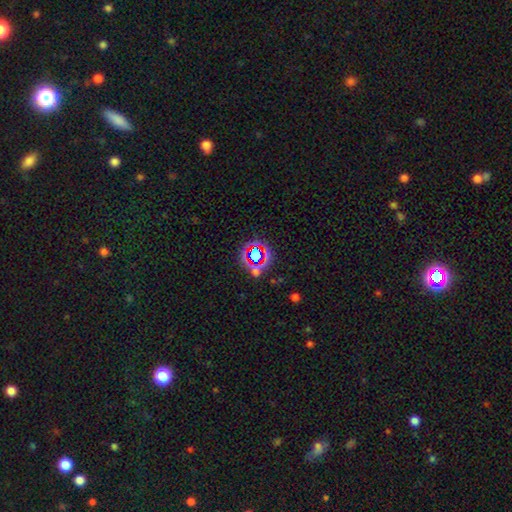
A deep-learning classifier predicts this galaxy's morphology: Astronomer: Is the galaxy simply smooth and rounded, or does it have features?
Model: star or artifact — 60%.